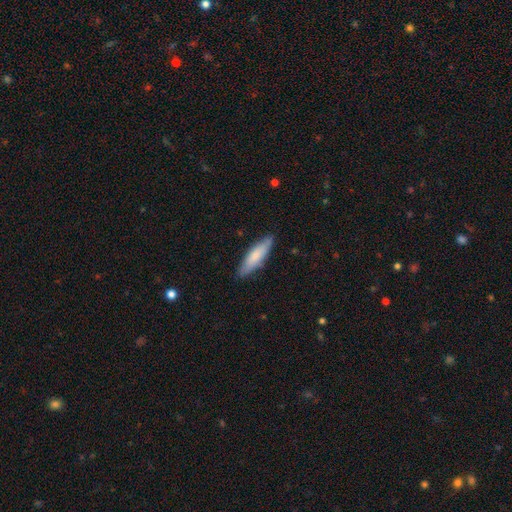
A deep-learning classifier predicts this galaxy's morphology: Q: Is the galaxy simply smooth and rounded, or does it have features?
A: smooth — 74%.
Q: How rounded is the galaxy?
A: cigar-shaped — 65%.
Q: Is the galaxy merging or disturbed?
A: none — 84%.